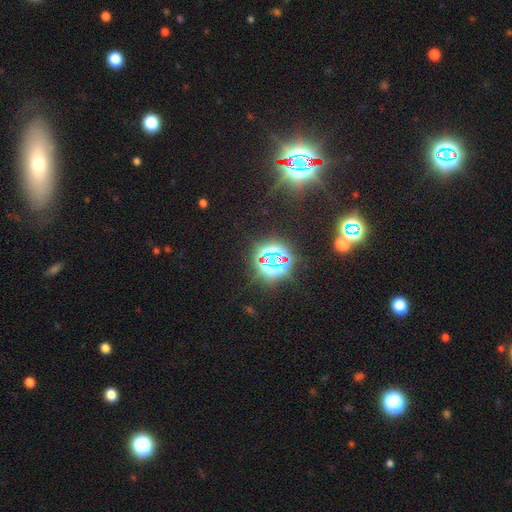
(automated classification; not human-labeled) The model was most divided on "smooth or featured": star or artifact: 81%, smooth: 12%, featured or disk: 8%.